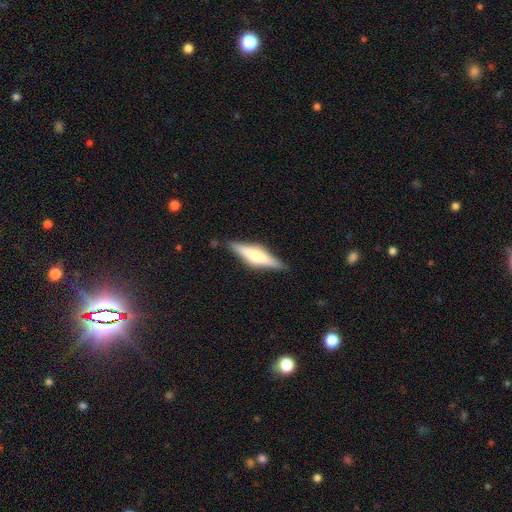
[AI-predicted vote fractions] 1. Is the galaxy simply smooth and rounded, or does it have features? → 52% featured or disk, 42% smooth, 6% star or artifact.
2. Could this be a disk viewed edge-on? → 95% yes, 5% no.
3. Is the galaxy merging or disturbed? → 84% none, 12% minor disturbance, 3% major disturbance, 2% merger.